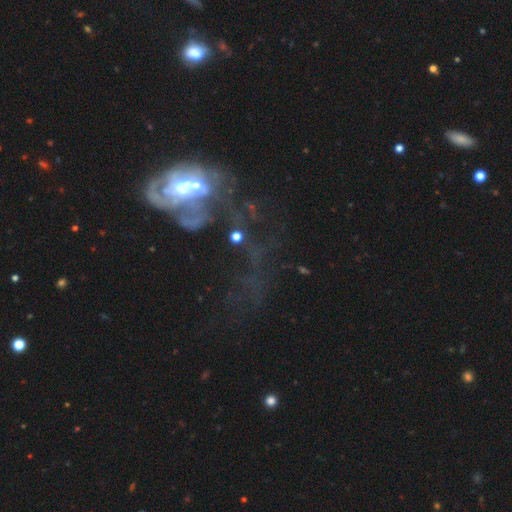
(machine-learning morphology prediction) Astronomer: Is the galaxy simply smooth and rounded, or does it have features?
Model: featured or disk — 65%.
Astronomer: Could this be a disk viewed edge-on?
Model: no — 94%.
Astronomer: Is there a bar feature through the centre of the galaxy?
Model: no — 54%.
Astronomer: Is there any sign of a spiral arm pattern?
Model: yes — 51% (runner-up: no, 49%).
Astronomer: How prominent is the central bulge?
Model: moderate — 50%.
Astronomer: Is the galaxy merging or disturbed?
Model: major disturbance — 39% (runner-up: merger, 34%).